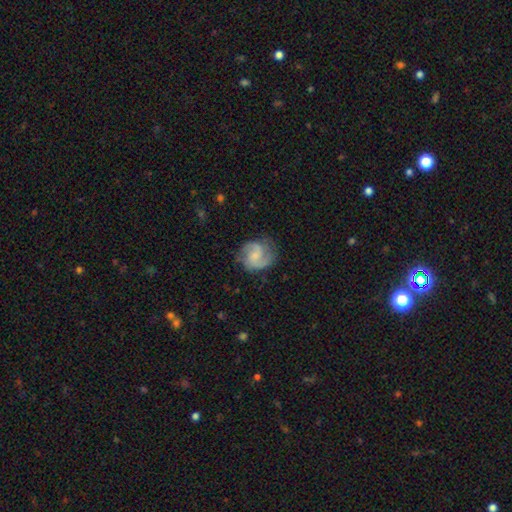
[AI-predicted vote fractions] Smooth or featured? Predicted: featured or disk (p=0.76). Edge-on disk? Predicted: no (p=0.98). Bar? Predicted: no (p=0.49). Spiral arms? Predicted: yes (p=0.95). Spiral winding? Predicted: medium (p=0.52). Spiral arm count? Predicted: 2 (p=0.84). Bulge size? Predicted: small (p=0.45). Merging? Predicted: none (p=0.72).